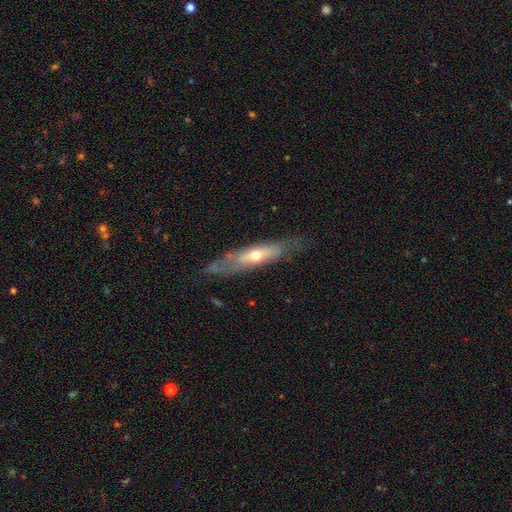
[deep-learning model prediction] This is possibly a featured or disk galaxy (55%). It is possibly viewed edge-on (55%). Merging: likely none (65%).